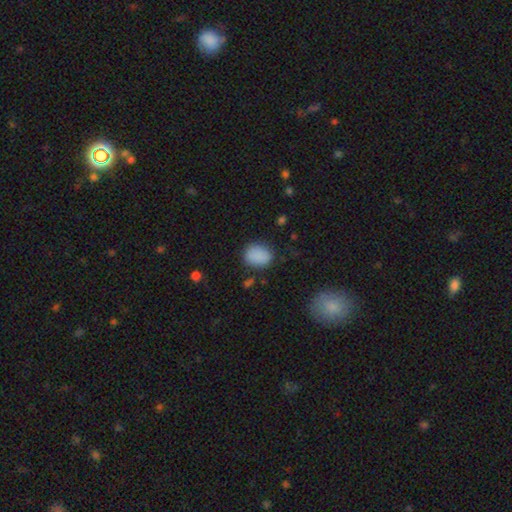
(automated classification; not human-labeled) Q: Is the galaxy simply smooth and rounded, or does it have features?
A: smooth — 86%.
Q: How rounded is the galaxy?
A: in between — 56%.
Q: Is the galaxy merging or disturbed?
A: none — 78%.